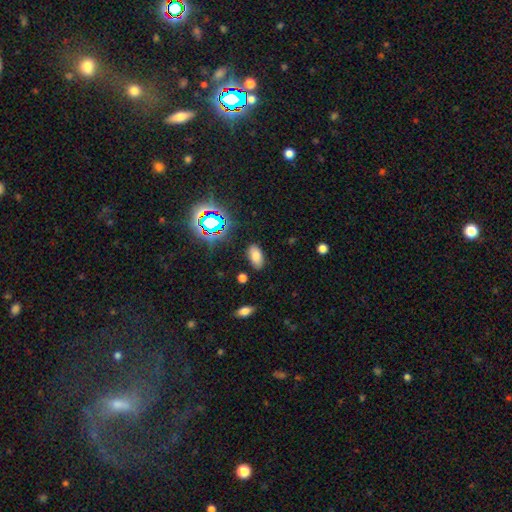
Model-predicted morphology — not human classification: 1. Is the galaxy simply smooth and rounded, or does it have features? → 72% smooth, 18% star or artifact, 9% featured or disk.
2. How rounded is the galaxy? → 92% in between, 5% round, 3% cigar-shaped.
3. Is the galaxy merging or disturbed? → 84% none, 11% minor disturbance, 3% major disturbance, 2% merger.